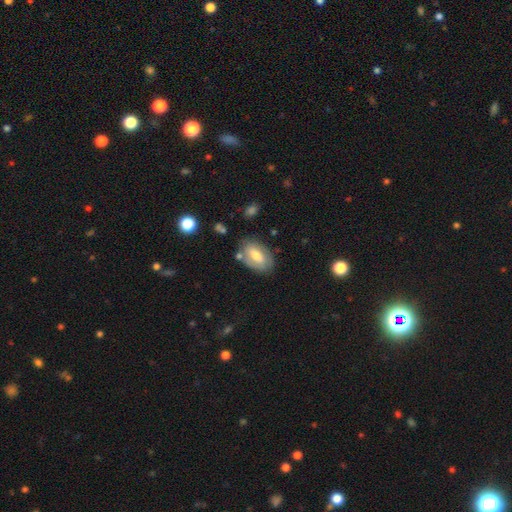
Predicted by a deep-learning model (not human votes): smooth-or-featured: smooth: 60% | featured or disk: 33% | star or artifact: 8%
  how-rounded: in between: 91% | round: 5% | cigar-shaped: 3%
  merging: none: 72% | minor disturbance: 18% | major disturbance: 5% | merger: 5%